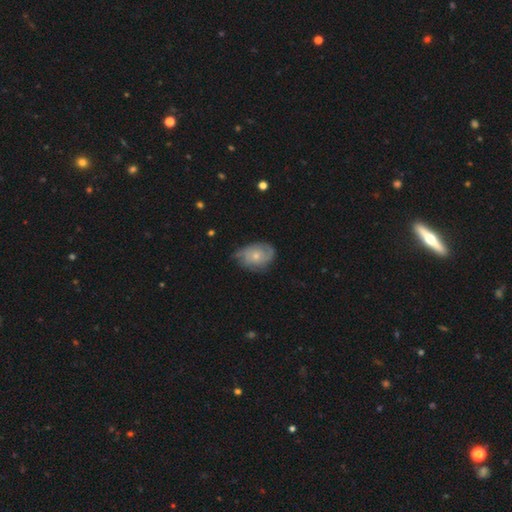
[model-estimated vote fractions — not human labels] Morphology: type=featured or disk (64%); edge-on=no (96%); bar=no (81%); spiral arms=yes (85%); winding=tight (47%); arm count=2 (38%); bulge=small (61%); merging=none (59%).